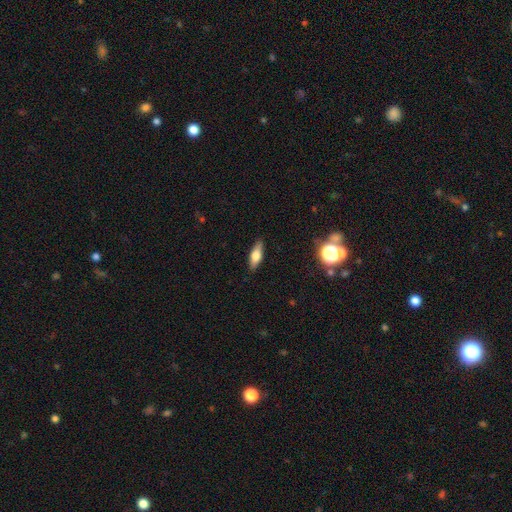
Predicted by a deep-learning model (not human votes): Smooth or featured? Predicted: smooth (p=0.63). How rounded? Predicted: in between (p=0.59). Merging? Predicted: none (p=0.87).